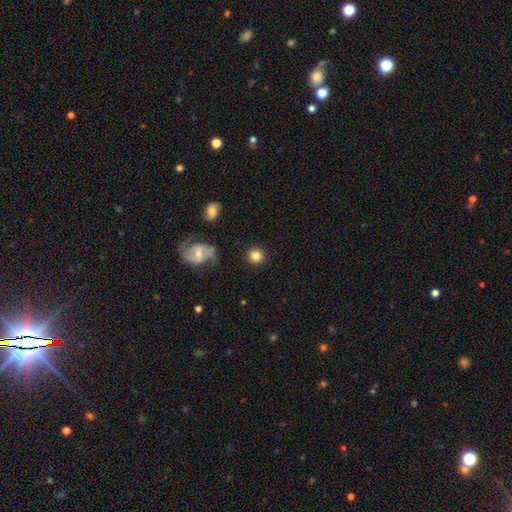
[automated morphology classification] A smooth galaxy with no disk features (81%) that is round (93%). Merging: none (87%).